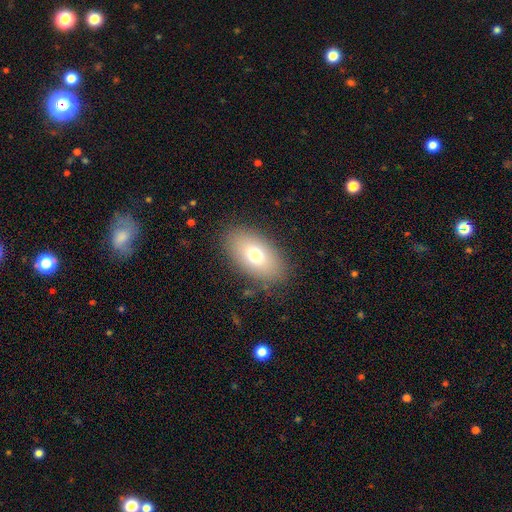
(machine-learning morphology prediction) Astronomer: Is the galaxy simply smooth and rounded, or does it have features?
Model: smooth — 72%.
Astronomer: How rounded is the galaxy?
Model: in between — 92%.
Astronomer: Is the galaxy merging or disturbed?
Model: none — 86%.